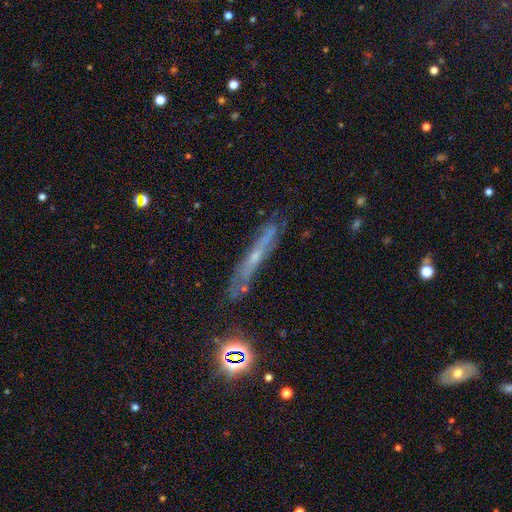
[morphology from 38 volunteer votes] A featured or disk galaxy (61%) viewed edge-on (61%) with a rounded central bulge (50%). Merging: none (46%).